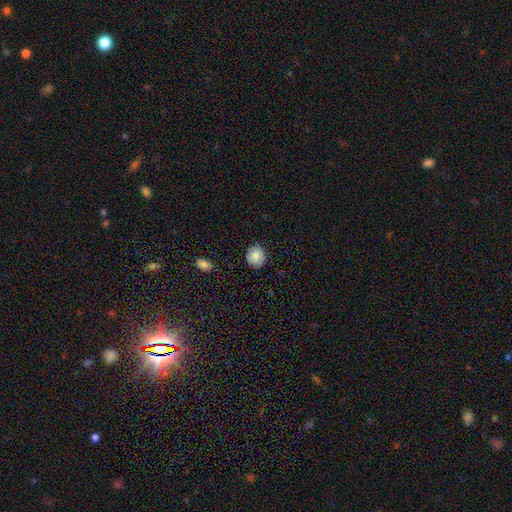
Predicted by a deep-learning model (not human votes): A smooth galaxy with no disk features (83%) that is round (87%).

Vote fractions:
- Smooth or featured? smooth: 83% / featured or disk: 9% / star or artifact: 8%
- How rounded? round: 87% / in between: 12% / cigar-shaped: 1%
- Merging? none: 85% / minor disturbance: 12% / major disturbance: 2% / merger: 1%